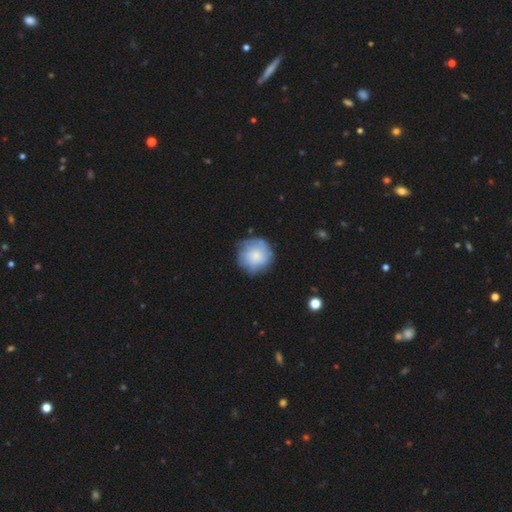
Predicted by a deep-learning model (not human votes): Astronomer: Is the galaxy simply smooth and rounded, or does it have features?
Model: smooth — 53% (runner-up: featured or disk, 40%).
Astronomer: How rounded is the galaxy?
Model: round — 92%.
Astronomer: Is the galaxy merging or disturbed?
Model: none — 72%.